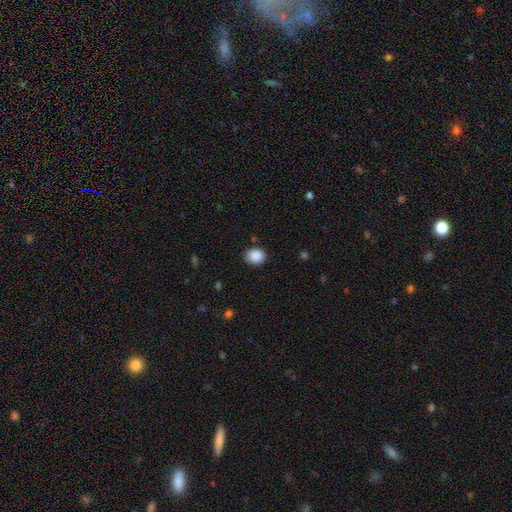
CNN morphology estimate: A smooth galaxy with no disk features (89%) that is round (55%). Merging: none (82%).